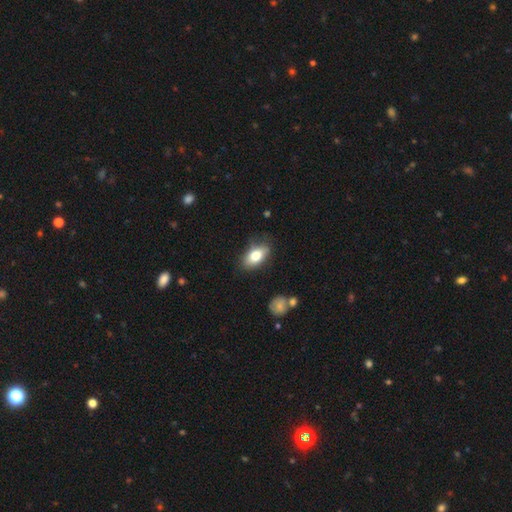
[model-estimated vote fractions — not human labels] smooth-or-featured: smooth: 76% | featured or disk: 16% | star or artifact: 7%
  how-rounded: in between: 89% | cigar-shaped: 6% | round: 5%
  merging: none: 76% | minor disturbance: 18% | major disturbance: 4% | merger: 2%